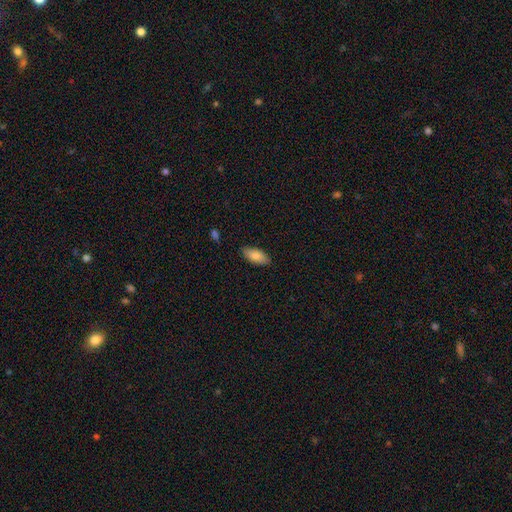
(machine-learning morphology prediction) Smooth or featured?
  - smooth: 83% *
  - featured or disk: 11%
  - star or artifact: 6%
How rounded?
  - in between: 87% *
  - cigar-shaped: 11%
  - round: 2%
Merging?
  - none: 86% *
  - minor disturbance: 11%
  - major disturbance: 2%
  - merger: 1%